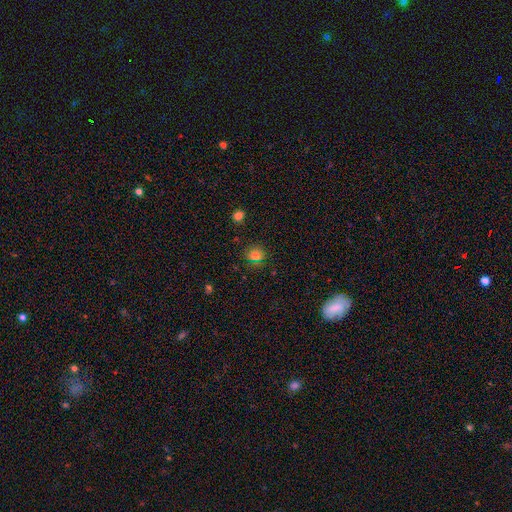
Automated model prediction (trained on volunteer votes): smooth 77%, star or artifact 18%, featured or disk 6%. Down the decision tree: how rounded — round (89%); merging — none (85%).